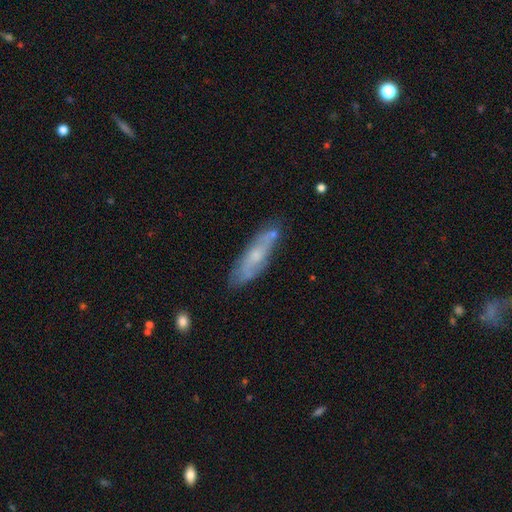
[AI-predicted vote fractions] This appears to be a featured or disk galaxy (52%). Merging: none (71%).